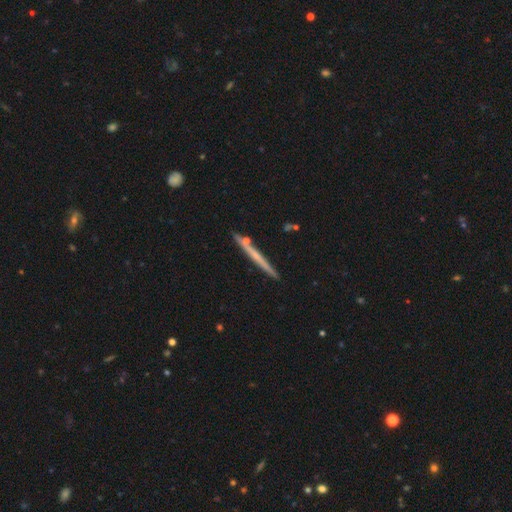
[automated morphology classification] This is possibly a featured or disk galaxy (51%). It is clearly viewed edge-on (97%). Merging: clearly none (85%).